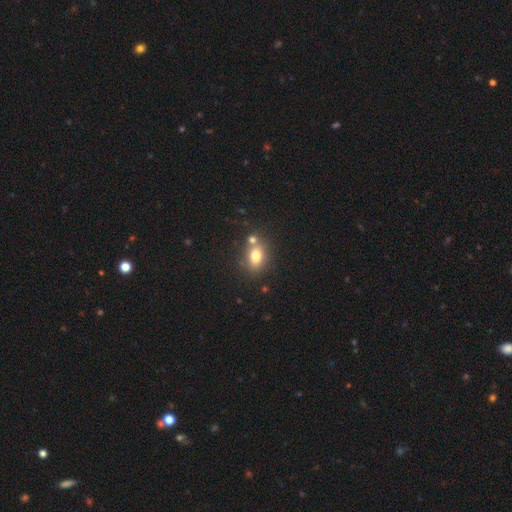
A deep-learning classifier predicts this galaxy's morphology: A smooth galaxy with no disk features (75%) that is in between round and cigar-shaped (64%).

Vote fractions:
- Smooth or featured? smooth: 75% / featured or disk: 13% / star or artifact: 12%
- How rounded? in between: 64% / round: 34% / cigar-shaped: 2%
- Merging? none: 60% / merger: 24% / minor disturbance: 12% / major disturbance: 4%